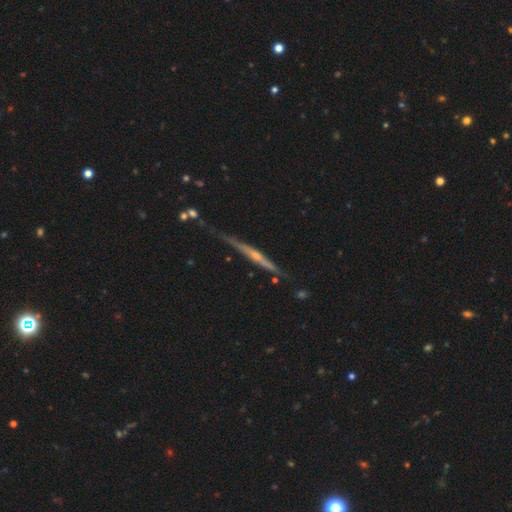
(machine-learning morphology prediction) featured or disk 77%, smooth 16%, star or artifact 7%. Down the decision tree: edge-on disk — yes (96%); edge-on bulge — rounded (68%); merging — none (68%).